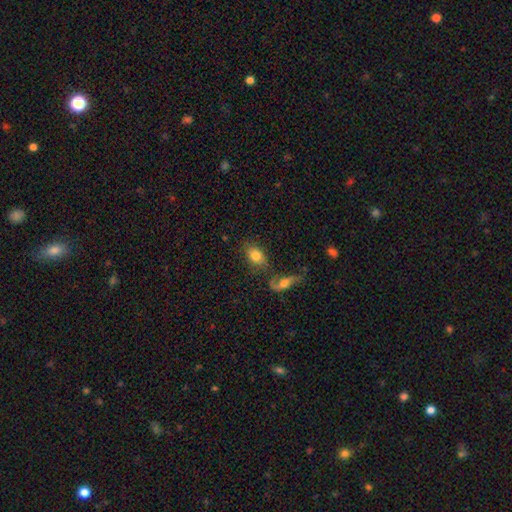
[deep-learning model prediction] Smooth or featured? smooth (78%)
How rounded? in between (78%)
Merging? none (65%)